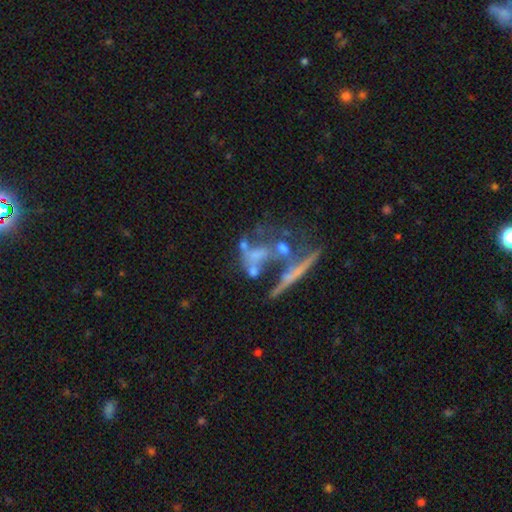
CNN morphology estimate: Q: Smooth or featured?
A: featured or disk (49%); runner-up: smooth (32%)
Q: Merging?
A: merger (44%); runner-up: major disturbance (24%)